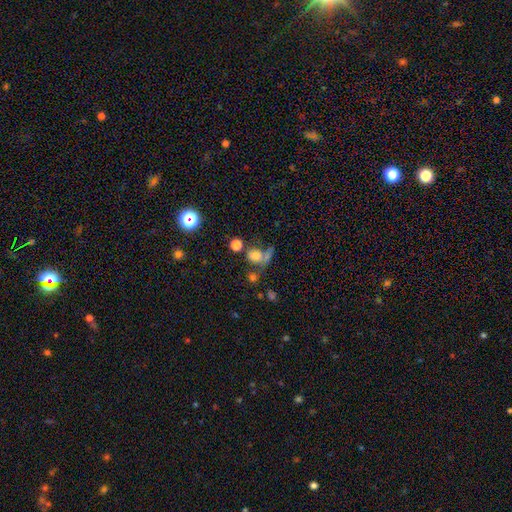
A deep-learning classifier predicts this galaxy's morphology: Smooth or featured: smooth — 69% (star or artifact — 16%)
How rounded: round — 67% (in between — 31%)
Merging: none — 37% (merger — 32%)